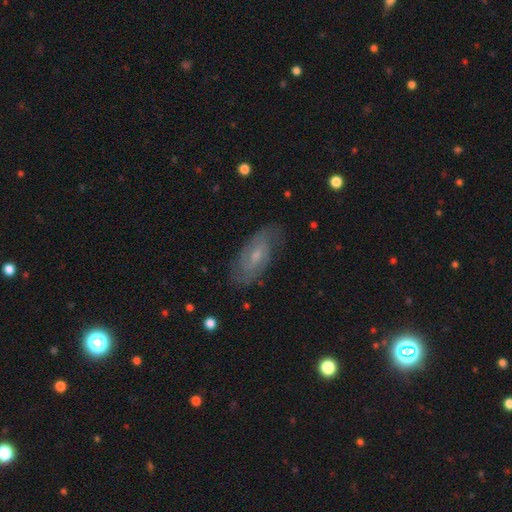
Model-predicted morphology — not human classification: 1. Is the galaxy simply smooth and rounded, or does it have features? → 71% featured or disk, 21% smooth, 8% star or artifact.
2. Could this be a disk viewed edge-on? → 91% no, 9% yes.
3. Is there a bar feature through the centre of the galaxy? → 46% weak, 45% no, 9% strong.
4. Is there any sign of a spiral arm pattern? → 89% yes, 11% no.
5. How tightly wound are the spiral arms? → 50% tight, 38% medium, 12% loose.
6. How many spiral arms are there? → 57% 2, 29% can't tell, 6% 3, 3% 1, 3% 4, 2% more than 4.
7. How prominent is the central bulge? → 55% small, 38% moderate, 5% none, 2% large, 1% dominant.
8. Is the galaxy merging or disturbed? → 78% none, 16% minor disturbance, 5% major disturbance, 1% merger.